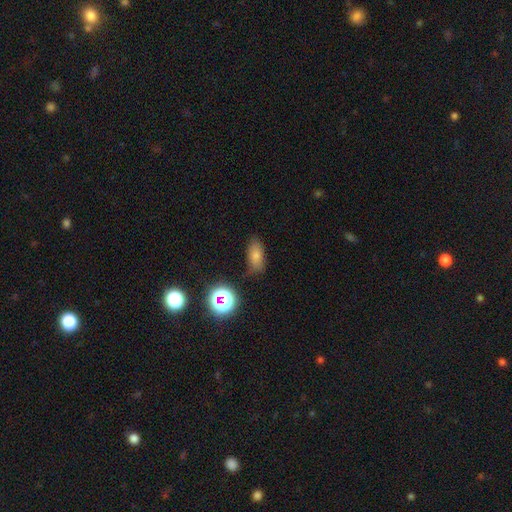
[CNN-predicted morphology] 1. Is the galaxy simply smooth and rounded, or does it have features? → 75% smooth, 15% star or artifact, 10% featured or disk.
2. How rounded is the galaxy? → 84% in between, 9% cigar-shaped, 8% round.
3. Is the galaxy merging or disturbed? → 76% none, 17% minor disturbance, 4% major disturbance, 3% merger.